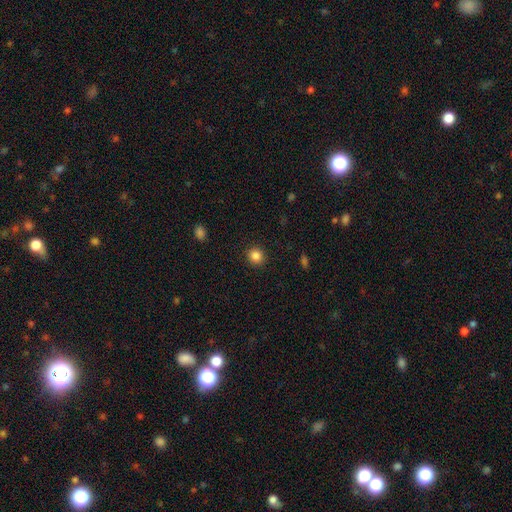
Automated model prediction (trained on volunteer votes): A smooth galaxy with no disk features (85%) that is round (87%).

Vote fractions:
- Smooth or featured? smooth: 85% / star or artifact: 11% / featured or disk: 4%
- How rounded? round: 87% / in between: 12% / cigar-shaped: 1%
- Merging? none: 91% / minor disturbance: 6% / major disturbance: 2% / merger: 1%